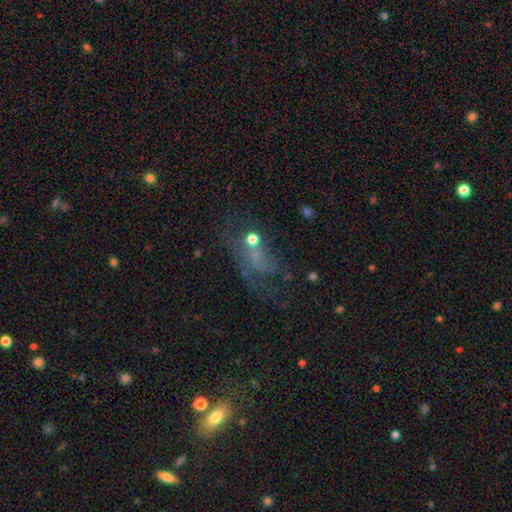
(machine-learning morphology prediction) This is possibly a featured or disk galaxy (45%). Merging: marginally major disturbance (44%).